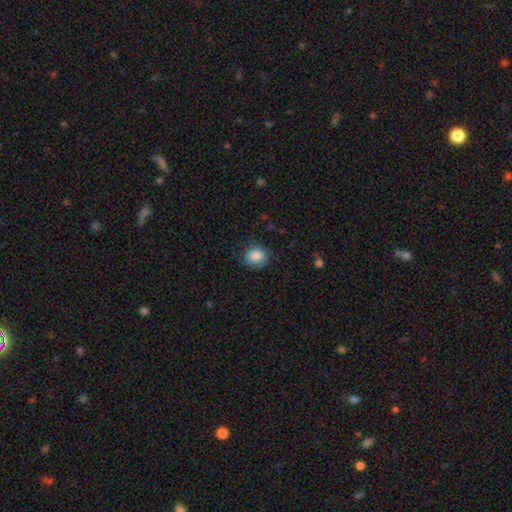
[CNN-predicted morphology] Smooth or featured? smooth (87%)
How rounded? round (55%)
Merging? none (76%)